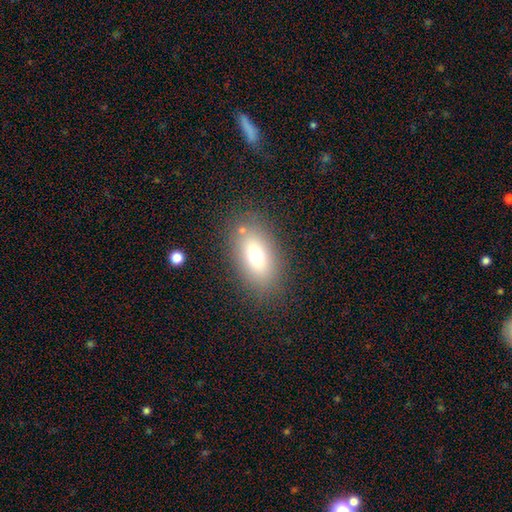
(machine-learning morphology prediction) Smooth or featured: smooth — 72% (featured or disk — 17%)
How rounded: in between — 87% (round — 8%)
Merging: none — 80% (minor disturbance — 11%)